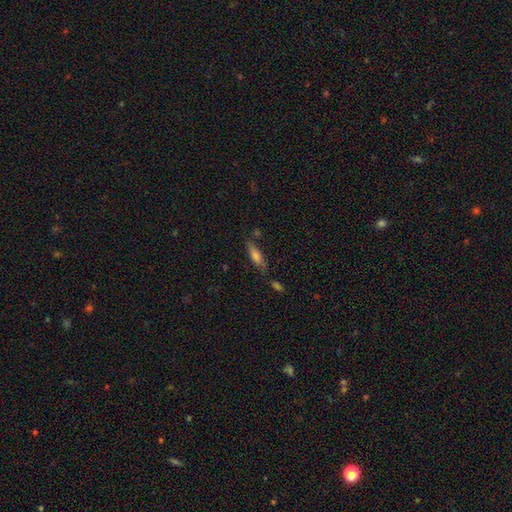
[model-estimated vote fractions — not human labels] This is likely a smooth galaxy (64%). How rounded: possibly cigar-shaped (55%). Merging: likely none (68%).